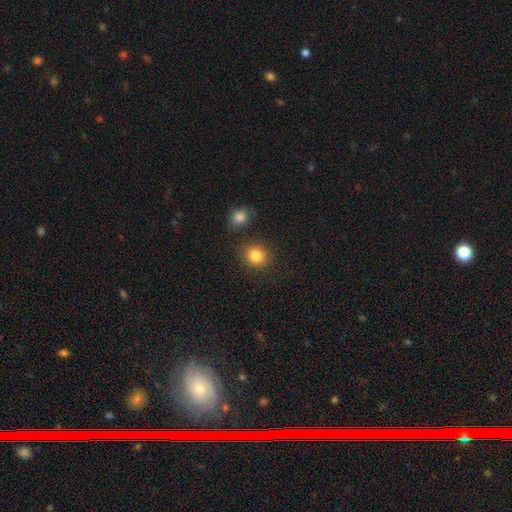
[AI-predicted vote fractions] Smooth or featured? Predicted: smooth (p=0.84). How rounded? Predicted: round (p=0.81). Merging? Predicted: none (p=0.81).